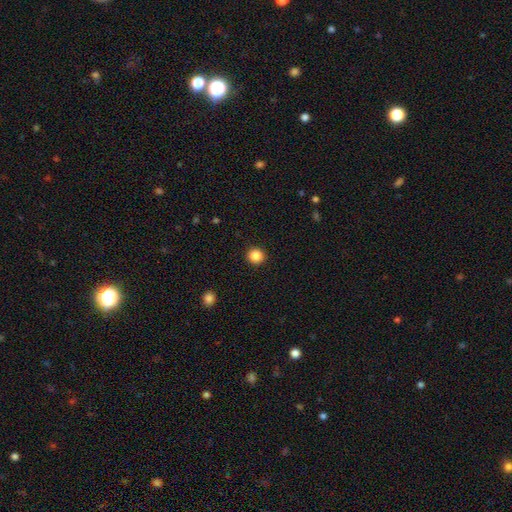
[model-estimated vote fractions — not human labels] Smooth or featured? Predicted: smooth (p=0.87). How rounded? Predicted: round (p=0.93). Merging? Predicted: none (p=0.93).